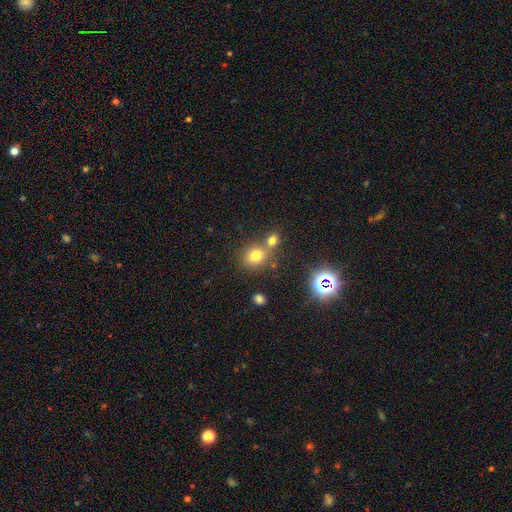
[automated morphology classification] smooth-or-featured: smooth: 73% | star or artifact: 17% | featured or disk: 10%
  how-rounded: round: 65% | in between: 34% | cigar-shaped: 1%
  merging: none: 54% | merger: 32% | minor disturbance: 10% | major disturbance: 4%